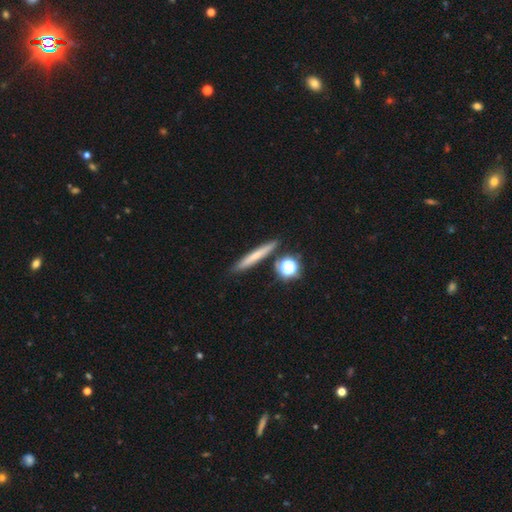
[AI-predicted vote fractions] smooth_or_featured: smooth (p=0.59) [alt: featured or disk p=0.31]
how_rounded: cigar-shaped (p=0.87) [alt: round p=0.06]
merging: none (p=0.84) [alt: minor disturbance p=0.08]